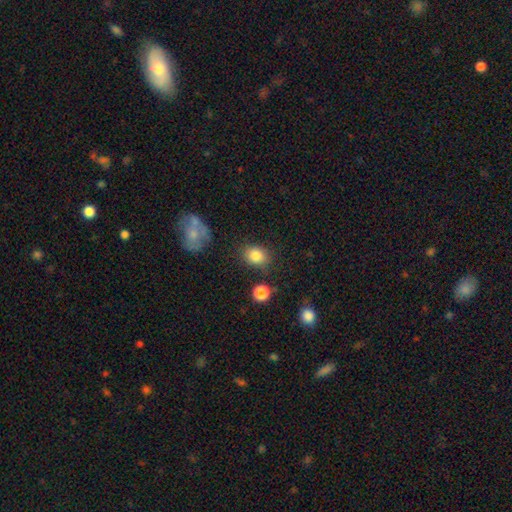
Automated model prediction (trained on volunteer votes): This appears to be a smooth galaxy with no disk features (84%) that is in between round and cigar-shaped (53%). Merging: none (79%).